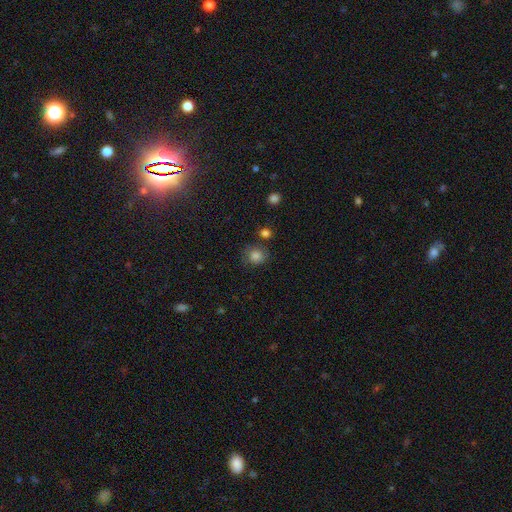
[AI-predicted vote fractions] smooth_or_featured: smooth (p=0.81) [alt: star or artifact p=0.12]
how_rounded: round (p=0.85) [alt: in between p=0.14]
merging: none (p=0.72) [alt: minor disturbance p=0.16]